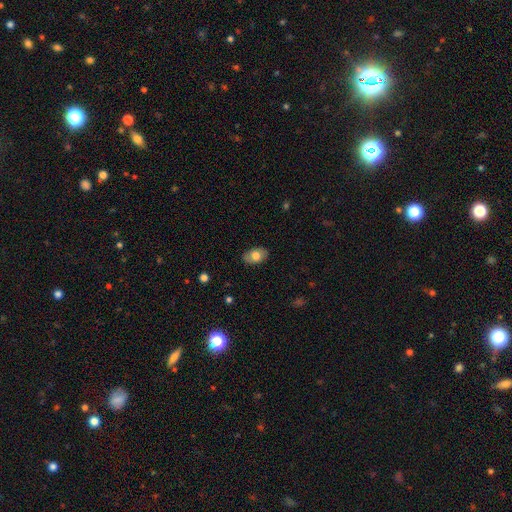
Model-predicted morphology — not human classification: This appears to be a smooth galaxy with no disk features (73%) that is in between round and cigar-shaped (88%). Merging: none (84%).